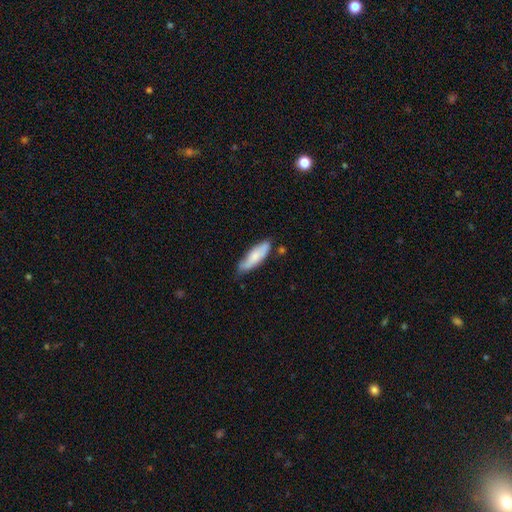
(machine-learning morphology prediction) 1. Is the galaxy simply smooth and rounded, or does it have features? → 71% smooth, 23% featured or disk, 6% star or artifact.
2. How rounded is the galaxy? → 53% cigar-shaped, 46% in between, 2% round.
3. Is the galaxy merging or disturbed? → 67% none, 26% minor disturbance, 4% major disturbance, 4% merger.